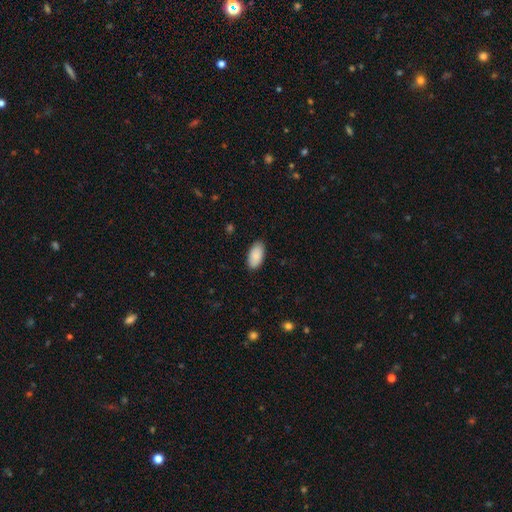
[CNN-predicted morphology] Smooth or featured? smooth (90%)
How rounded? in between (95%)
Merging? none (88%)